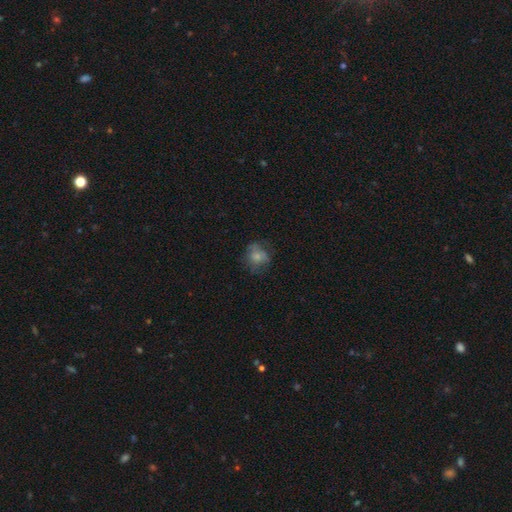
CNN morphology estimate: Smooth or featured? smooth (50%)
Merging? none (71%)